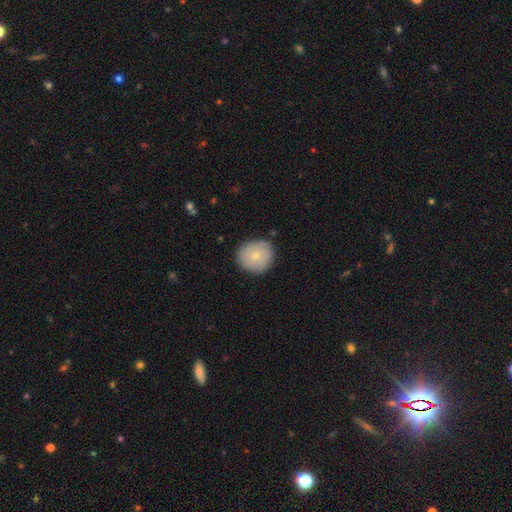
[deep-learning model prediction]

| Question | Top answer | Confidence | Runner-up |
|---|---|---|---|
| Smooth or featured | smooth | 73% | featured or disk (21%) |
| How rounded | round | 84% | in between (15%) |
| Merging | none | 83% | minor disturbance (13%) |